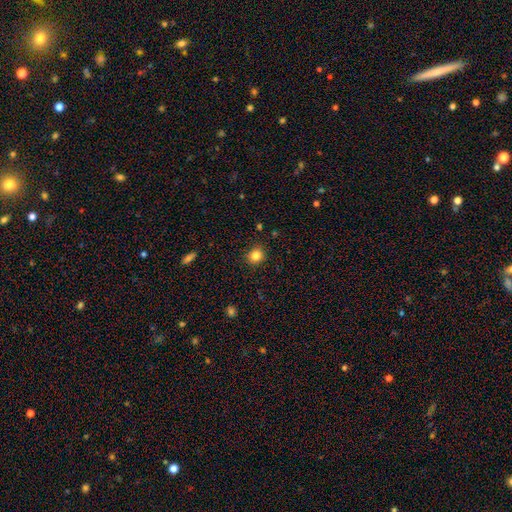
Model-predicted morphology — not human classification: Smooth or featured? smooth (83%)
How rounded? round (84%)
Merging? none (90%)